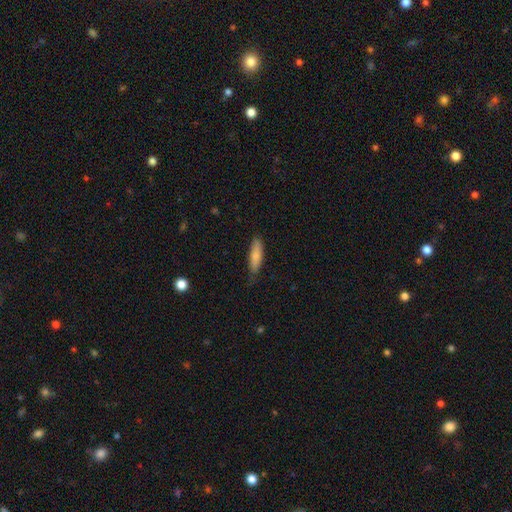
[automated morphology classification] A smooth galaxy with no disk features (82%) that is cigar-shaped (56%). Merging: none (72%).